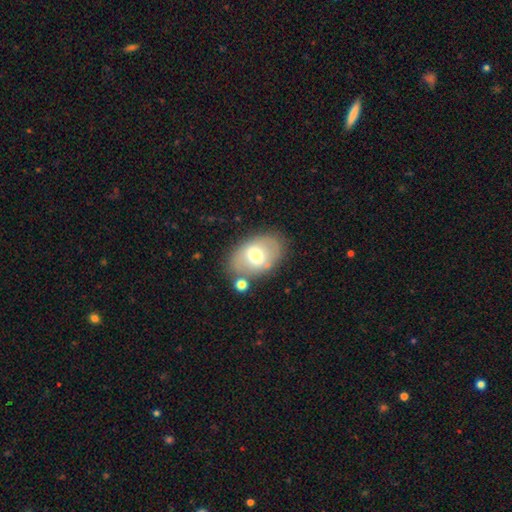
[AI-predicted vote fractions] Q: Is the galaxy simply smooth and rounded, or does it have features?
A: smooth — 57%.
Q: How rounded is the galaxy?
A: in between — 85%.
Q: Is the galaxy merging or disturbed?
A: none — 71%.